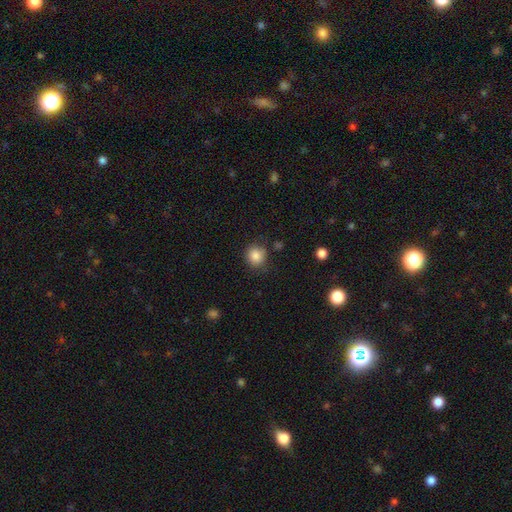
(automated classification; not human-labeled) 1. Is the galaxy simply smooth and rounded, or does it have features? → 86% smooth, 10% star or artifact, 5% featured or disk.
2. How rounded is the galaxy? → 90% round, 9% in between, 1% cigar-shaped.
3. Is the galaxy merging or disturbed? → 82% none, 12% minor disturbance, 3% major disturbance, 3% merger.